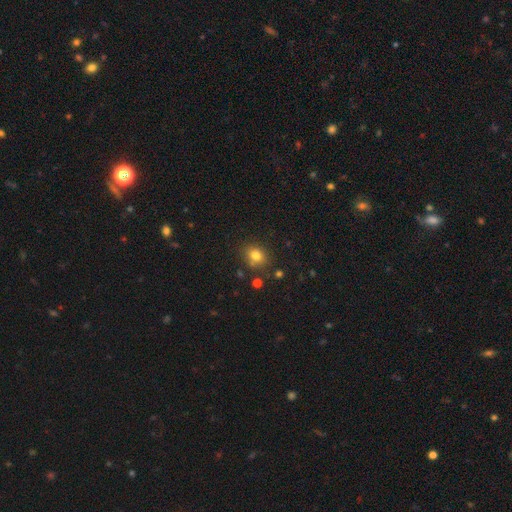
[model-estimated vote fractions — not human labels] smooth 79%, star or artifact 13%, featured or disk 8%. Down the decision tree: how rounded — round (59%); merging — none (77%).